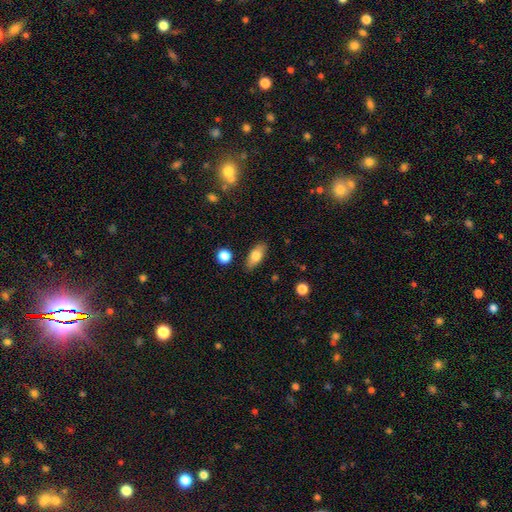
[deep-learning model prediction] smooth_or_featured: smooth (p=0.76) [alt: featured or disk p=0.17]
how_rounded: in between (p=0.82) [alt: cigar-shaped p=0.14]
merging: none (p=0.85) [alt: minor disturbance p=0.11]